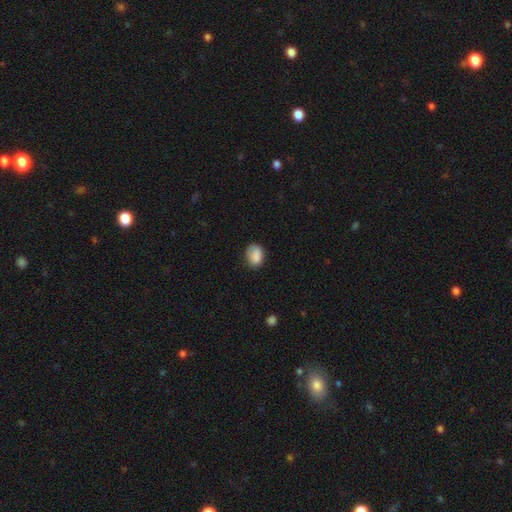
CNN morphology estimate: The model was most divided on "merging": none: 70%, minor disturbance: 23%, major disturbance: 5%, merger: 1%. More confident: smooth or featured — smooth (86%); how rounded — in between (73%).